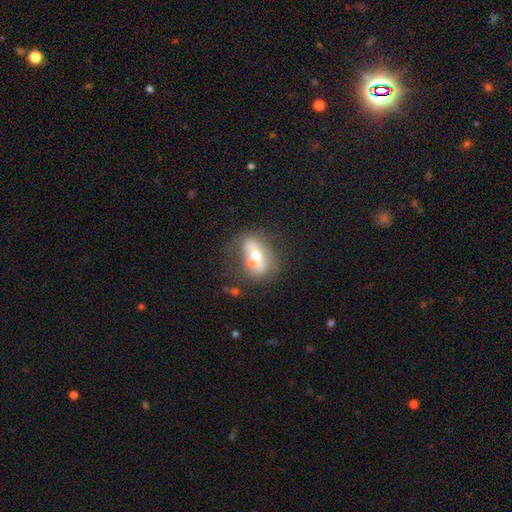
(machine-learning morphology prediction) A featured or disk galaxy (48%).

Vote fractions:
- Smooth or featured? featured or disk: 48% / smooth: 42% / star or artifact: 10%
- Merging? none: 37% (tied) / merger: 37% (tied) / minor disturbance: 16% / major disturbance: 10%